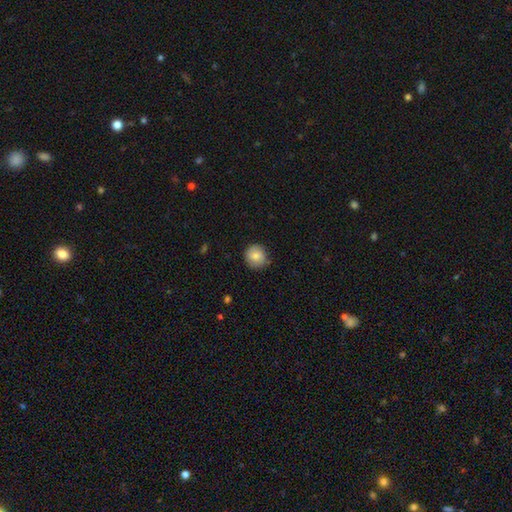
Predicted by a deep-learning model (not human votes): Smooth or featured: smooth — 83% (featured or disk — 9%)
How rounded: round — 92% (in between — 7%)
Merging: none — 84% (minor disturbance — 13%)